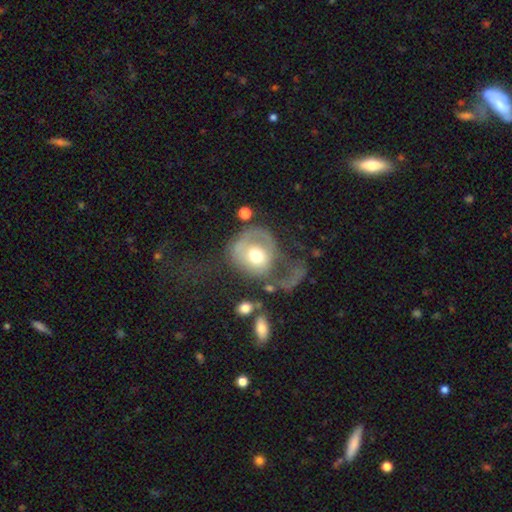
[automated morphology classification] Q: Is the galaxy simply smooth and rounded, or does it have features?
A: featured or disk — 48%.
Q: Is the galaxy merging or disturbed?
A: major disturbance — 60%.